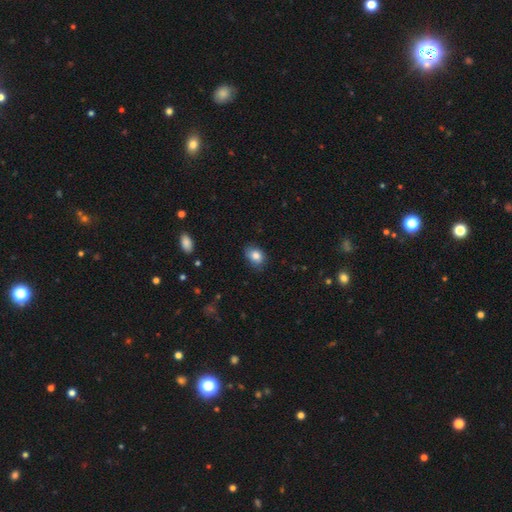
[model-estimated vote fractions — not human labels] Overall: smooth (83%). How rounded: in between (60%; round 39%). Merging: none (74%).